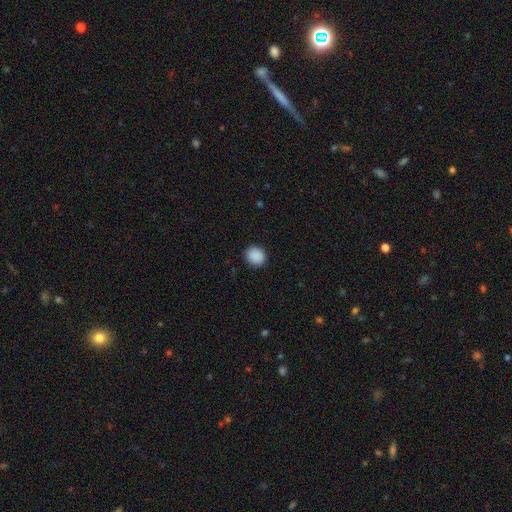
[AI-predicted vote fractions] smooth-or-featured: smooth: 90% | star or artifact: 8% | featured or disk: 2%
  how-rounded: round: 80% | in between: 20% | cigar-shaped: 1%
  merging: none: 90% | minor disturbance: 7% | major disturbance: 2% | merger: 1%